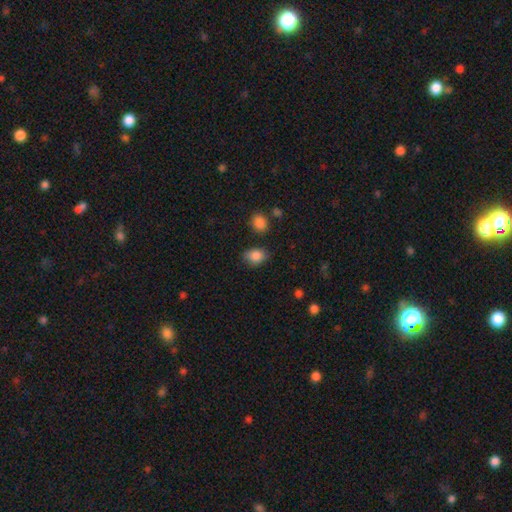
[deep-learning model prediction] A smooth galaxy with no disk features (86%) that is in between round and cigar-shaped (68%).

Vote fractions:
- Smooth or featured? smooth: 86% / star or artifact: 9% / featured or disk: 5%
- How rounded? in between: 68% / round: 31% / cigar-shaped: 1%
- Merging? none: 72% / minor disturbance: 20% / major disturbance: 4% / merger: 3%